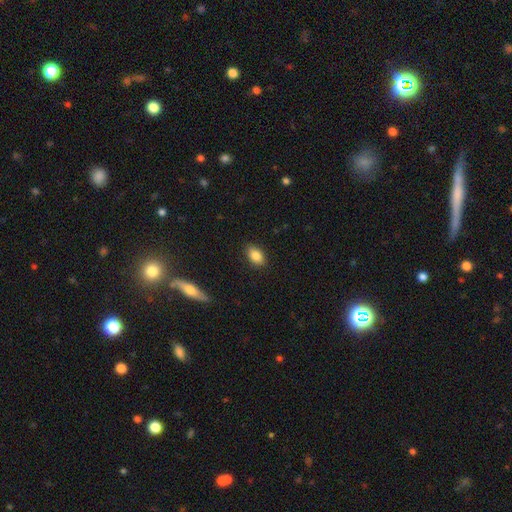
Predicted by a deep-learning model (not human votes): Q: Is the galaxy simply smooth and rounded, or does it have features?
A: smooth — 85%.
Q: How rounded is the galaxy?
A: in between — 89%.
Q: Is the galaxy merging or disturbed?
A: none — 88%.